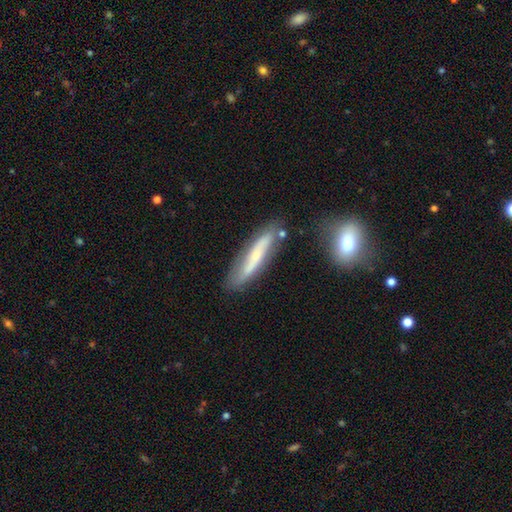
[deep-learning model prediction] featured or disk 53%, smooth 40%, star or artifact 7%. Down the decision tree: edge-on disk — yes (62%); merging — none (75%).